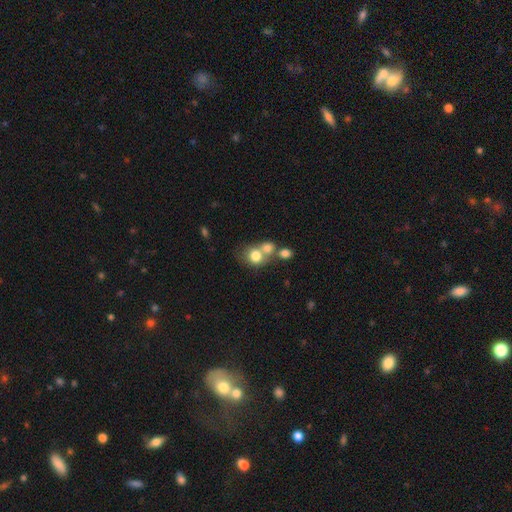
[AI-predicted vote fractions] Smooth or featured: smooth — 75% (featured or disk — 14%)
How rounded: round — 73% (in between — 26%)
Merging: merger — 56% (none — 32%)